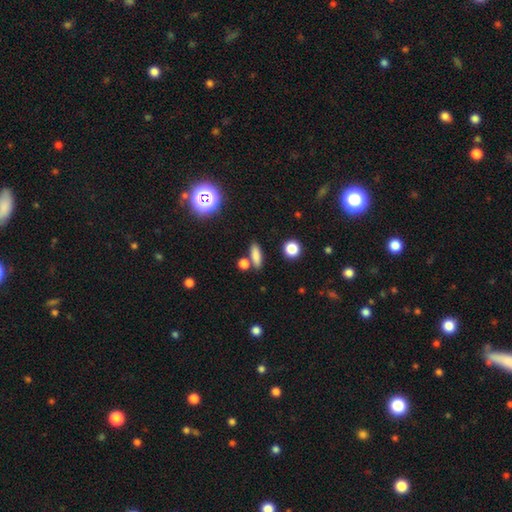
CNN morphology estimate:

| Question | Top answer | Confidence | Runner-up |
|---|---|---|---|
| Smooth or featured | smooth | 79% | star or artifact (13%) |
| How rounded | in between | 46% | cigar-shaped (45%) |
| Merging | none | 74% | merger (13%) |